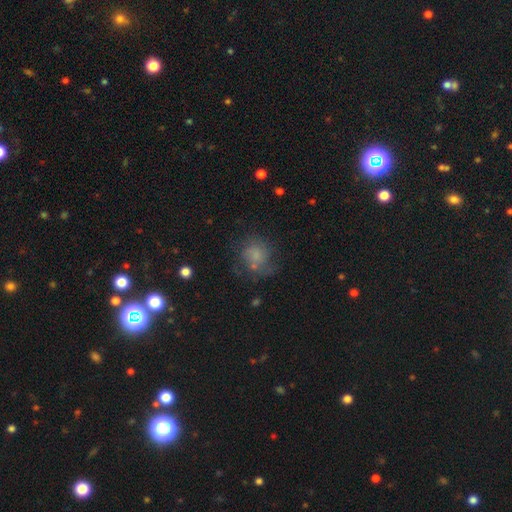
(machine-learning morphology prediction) Smooth or featured? Predicted: smooth (p=0.58). How rounded? Predicted: round (p=0.70). Merging? Predicted: none (p=0.53).